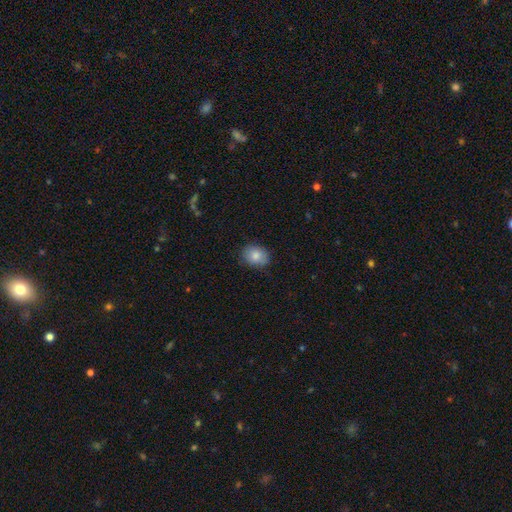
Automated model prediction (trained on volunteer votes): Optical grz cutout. It shows a smooth galaxy with no disk features (83%) that is in between round and cigar-shaped (55%). Merging: none (79%).